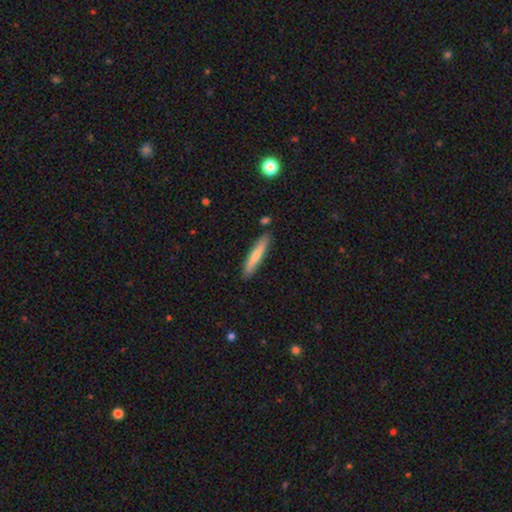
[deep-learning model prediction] Smooth or featured? smooth (64%)
How rounded? cigar-shaped (90%)
Merging? none (85%)